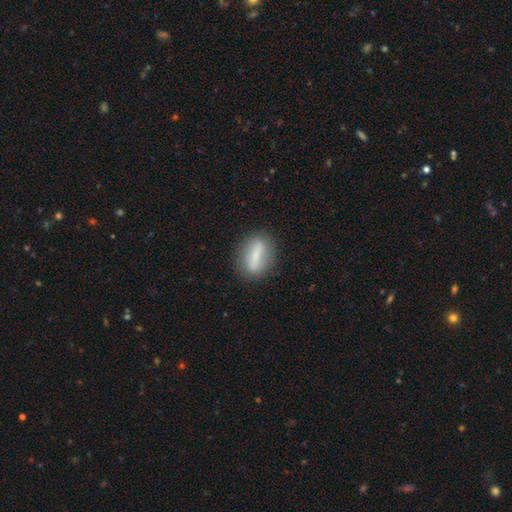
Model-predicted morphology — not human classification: smooth 55%, featured or disk 37%, star or artifact 8%. Down the decision tree: how rounded — in between (56%); merging — none (84%).